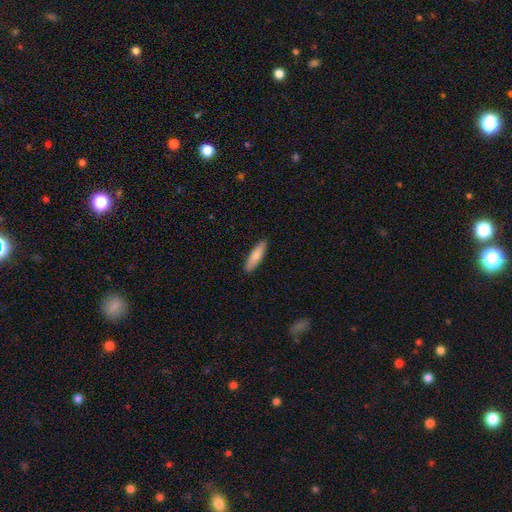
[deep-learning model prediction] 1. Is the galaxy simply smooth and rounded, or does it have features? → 80% smooth, 14% featured or disk, 6% star or artifact.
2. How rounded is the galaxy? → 66% cigar-shaped, 32% in between, 2% round.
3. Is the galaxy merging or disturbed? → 90% none, 8% minor disturbance, 2% major disturbance, 1% merger.